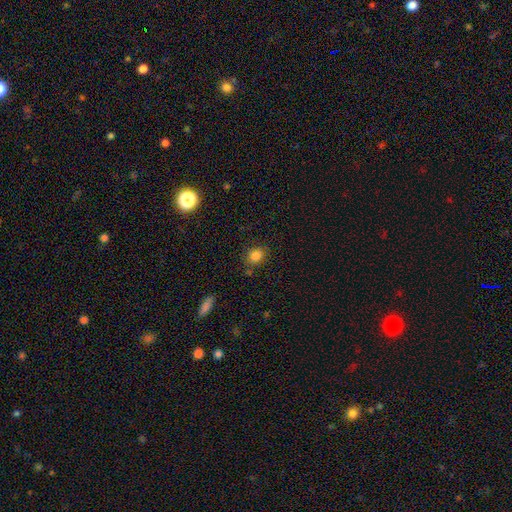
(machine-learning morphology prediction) The model was most divided on "how rounded": round: 73%, in between: 26%, cigar-shaped: 1%. More confident: smooth or featured — smooth (83%); merging — none (79%).